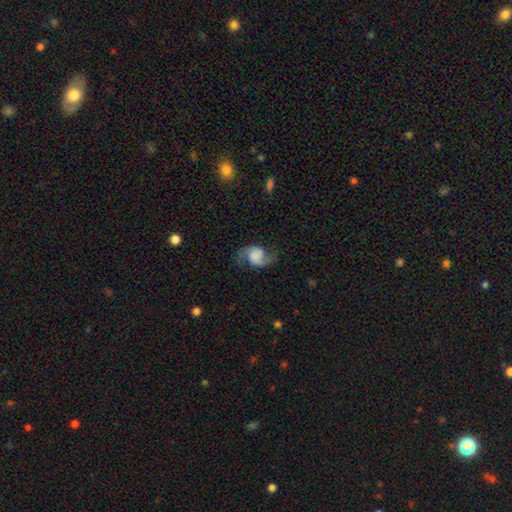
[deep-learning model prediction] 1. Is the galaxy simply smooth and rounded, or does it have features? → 75% featured or disk, 18% smooth, 8% star or artifact.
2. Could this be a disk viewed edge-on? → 98% no, 2% yes.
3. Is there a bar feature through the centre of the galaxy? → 60% no, 31% weak, 8% strong.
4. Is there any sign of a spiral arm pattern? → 95% yes, 5% no.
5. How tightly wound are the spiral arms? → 57% loose, 35% medium, 8% tight.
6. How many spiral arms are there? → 92% 2, 3% 1, 2% can't tell, 1% 3, 1% 4, 1% more than 4.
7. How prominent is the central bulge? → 45% none, 22% large, 12% small, 11% moderate, 10% dominant.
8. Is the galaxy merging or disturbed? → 69% none, 18% minor disturbance, 11% major disturbance, 2% merger.